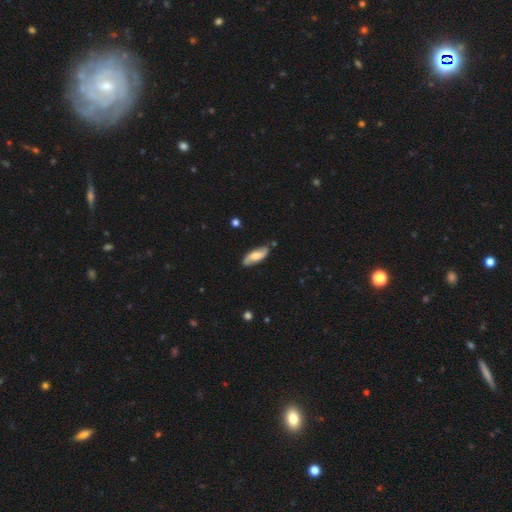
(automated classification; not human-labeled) A featured or disk galaxy (61%) with no bar (50%), spiral arms (90%) and a moderate central bulge (59%).

Vote fractions:
- Smooth or featured? featured or disk: 61% / smooth: 33% / star or artifact: 6%
- Edge-on disk? no: 87% / yes: 13%
- Bar? no: 50% / weak: 36% / strong: 14%
- Spiral arms? yes: 90% / no: 10%
- Bulge size? moderate: 59% / small: 20% / large: 14% / none: 5% / dominant: 2%
- Merging? none: 82% / minor disturbance: 13% / major disturbance: 3% / merger: 2%